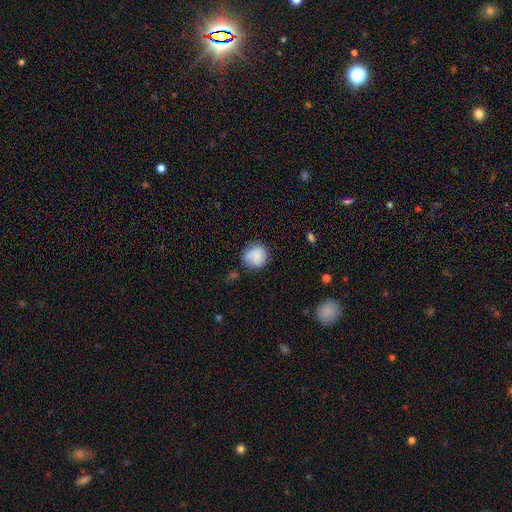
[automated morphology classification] smooth-or-featured: smooth: 82% | featured or disk: 10% | star or artifact: 8%
  how-rounded: round: 88% | in between: 11% | cigar-shaped: 1%
  merging: none: 74% | minor disturbance: 18% | major disturbance: 4% | merger: 4%